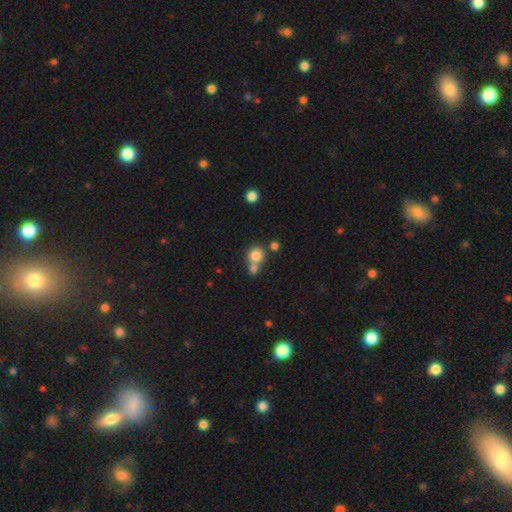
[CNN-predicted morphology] Overall: smooth (80%). How rounded: round (85%). Merging: none (45%; merger 44%).